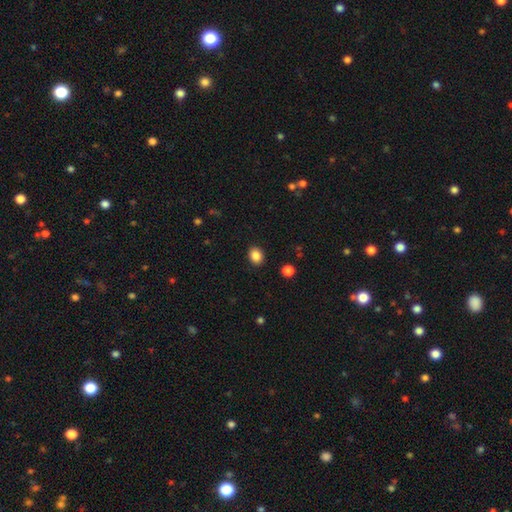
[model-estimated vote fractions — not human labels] smooth 87%, star or artifact 10%, featured or disk 4%. Down the decision tree: how rounded — round (50%); merging — none (89%).